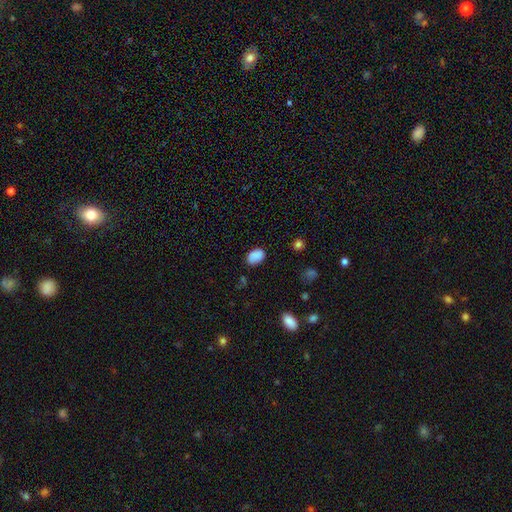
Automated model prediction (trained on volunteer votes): Smooth or featured: smooth — 86% (star or artifact — 9%)
How rounded: in between — 83% (round — 15%)
Merging: none — 75% (minor disturbance — 19%)